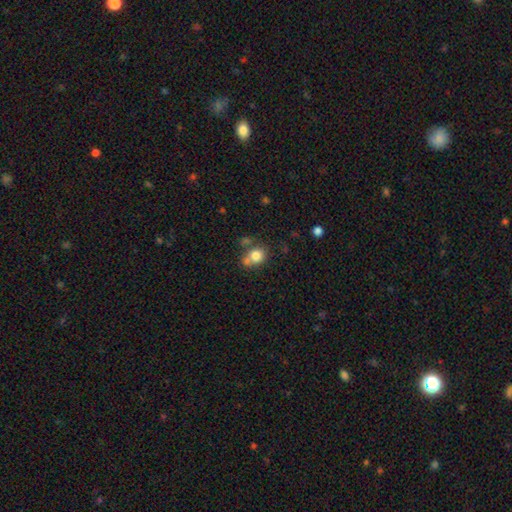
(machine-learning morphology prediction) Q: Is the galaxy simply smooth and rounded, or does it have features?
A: smooth — 79%.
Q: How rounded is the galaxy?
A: round — 73%.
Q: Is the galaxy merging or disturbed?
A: none — 53%.